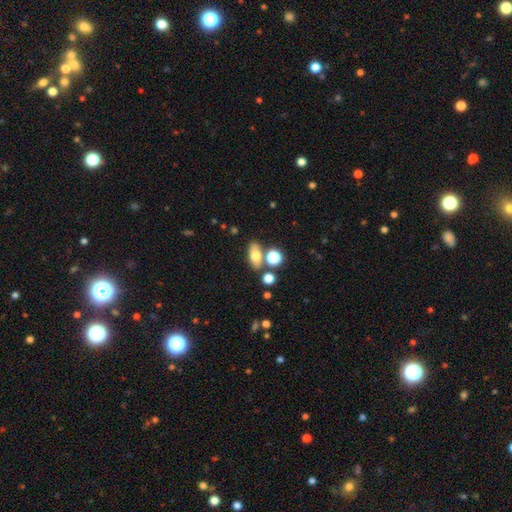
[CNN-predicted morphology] Q: Smooth or featured?
A: smooth (71%); runner-up: featured or disk (17%)
Q: How rounded?
A: in between (77%); runner-up: round (13%)
Q: Merging?
A: none (68%); runner-up: merger (16%)